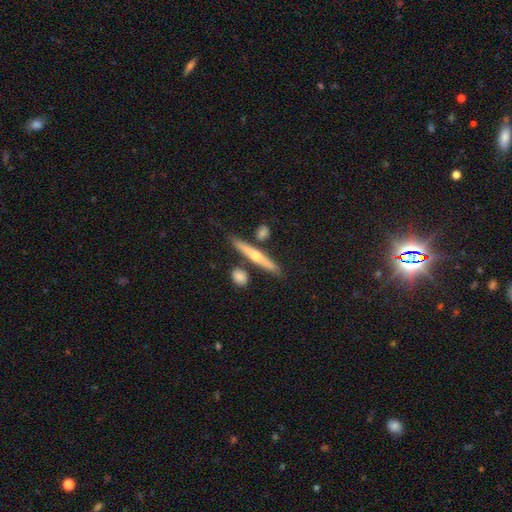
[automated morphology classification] A featured or disk galaxy (64%) viewed edge-on (95%) with a rounded central bulge (87%). Merging: none (79%).